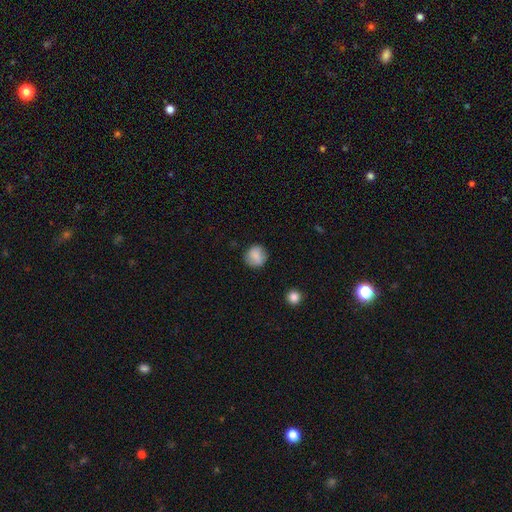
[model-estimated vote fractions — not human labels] smooth 82%, featured or disk 10%, star or artifact 8%. Down the decision tree: how rounded — round (87%); merging — none (81%).